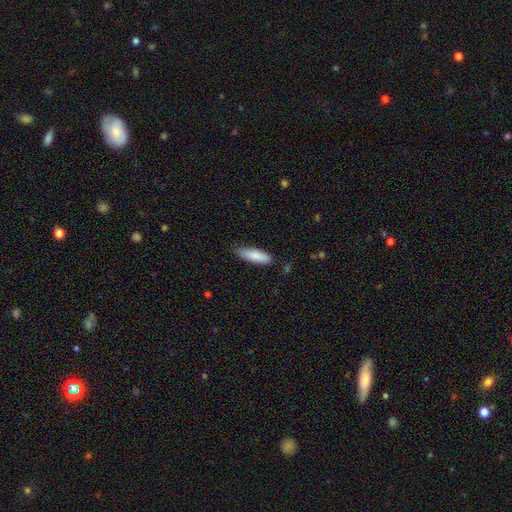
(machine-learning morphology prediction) smooth-or-featured: smooth: 84% | featured or disk: 10% | star or artifact: 6%
  how-rounded: cigar-shaped: 57% | in between: 41% | round: 2%
  merging: none: 75% | minor disturbance: 20% | major disturbance: 3% | merger: 1%